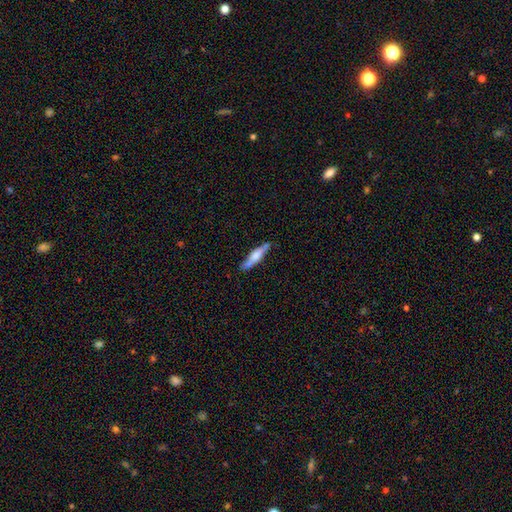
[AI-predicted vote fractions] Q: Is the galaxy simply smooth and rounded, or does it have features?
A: smooth — 53%.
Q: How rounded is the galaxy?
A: cigar-shaped — 80%.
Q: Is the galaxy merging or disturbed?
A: none — 71%.